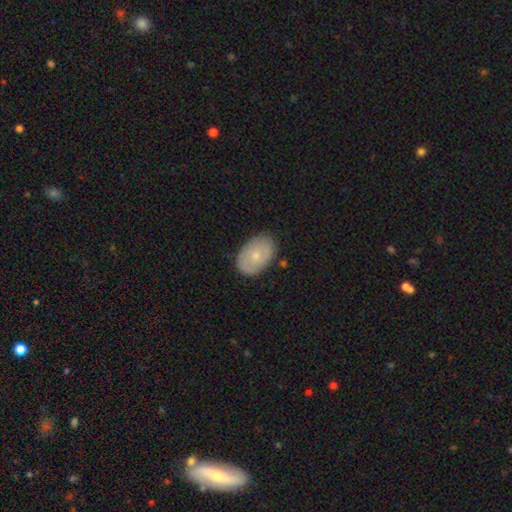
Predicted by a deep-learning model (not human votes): A smooth galaxy with no disk features (67%) that is in between round and cigar-shaped (86%).

Vote fractions:
- Smooth or featured? smooth: 67% / featured or disk: 26% / star or artifact: 6%
- How rounded? in between: 86% / round: 13% / cigar-shaped: 1%
- Merging? none: 82% / minor disturbance: 13% / major disturbance: 3% / merger: 1%